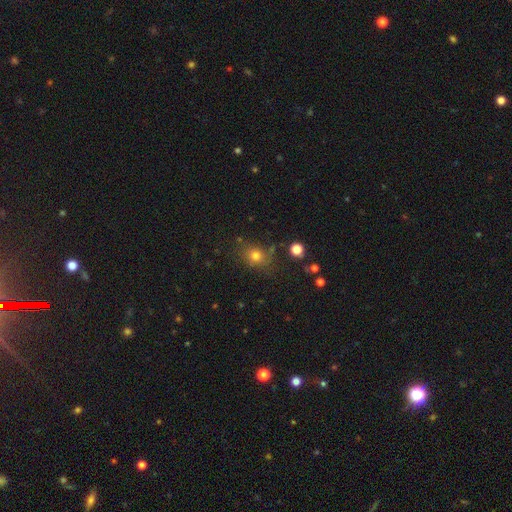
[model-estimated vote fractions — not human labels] smooth 75%, star or artifact 17%, featured or disk 8%. Down the decision tree: how rounded — round (67%); merging — none (74%).